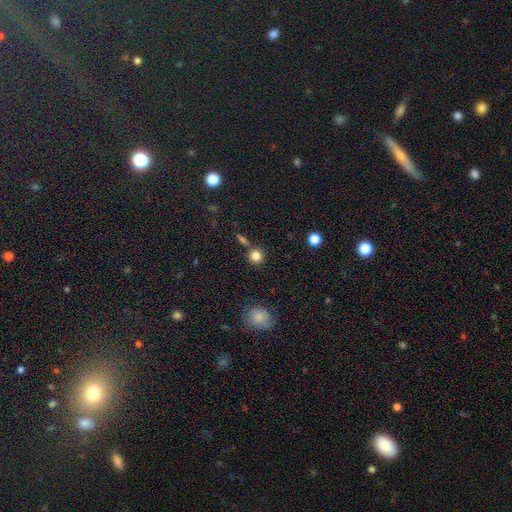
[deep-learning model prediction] The model was most divided on "merging": none: 77%, merger: 12%, minor disturbance: 8%, major disturbance: 3%. More confident: how rounded — round (91%); smooth or featured — smooth (83%).